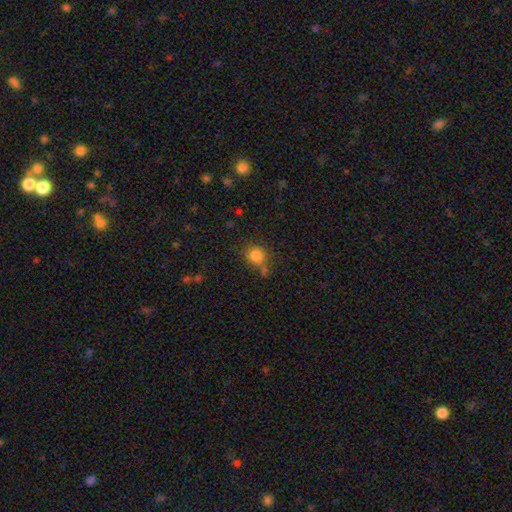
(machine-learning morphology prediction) Smooth or featured? smooth (83%)
How rounded? round (84%)
Merging? none (62%)